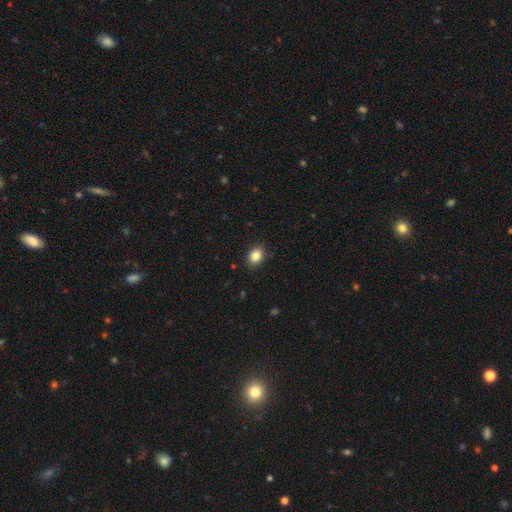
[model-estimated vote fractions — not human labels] Smooth or featured: smooth — 85% (star or artifact — 9%)
How rounded: in between — 62% (round — 37%)
Merging: none — 87% (minor disturbance — 10%)